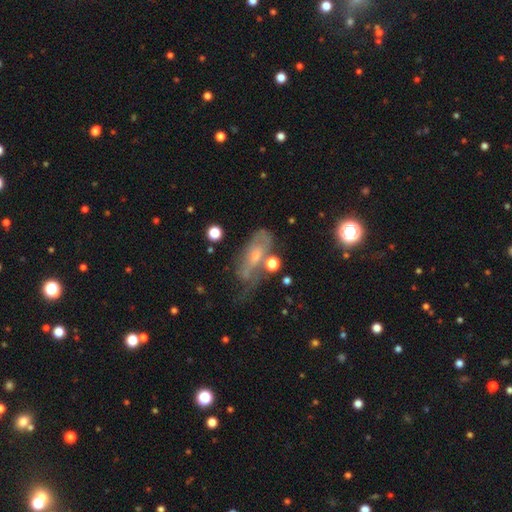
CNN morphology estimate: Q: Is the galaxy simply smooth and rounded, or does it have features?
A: featured or disk — 54%.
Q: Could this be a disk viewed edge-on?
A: no — 84%.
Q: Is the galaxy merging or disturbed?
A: none — 34%.